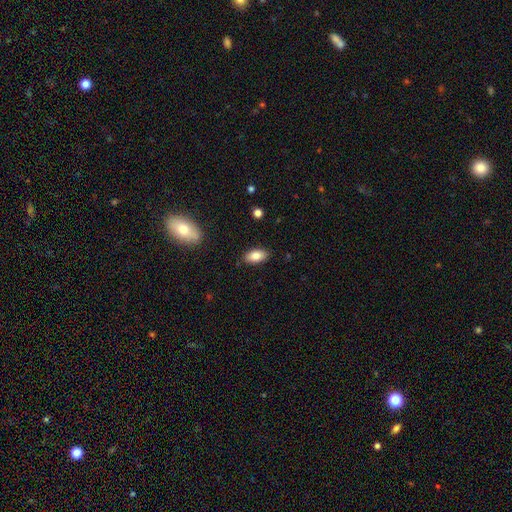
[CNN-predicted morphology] A smooth galaxy with no disk features (85%) that is in between round and cigar-shaped (91%).

Vote fractions:
- Smooth or featured? smooth: 85% / featured or disk: 8% / star or artifact: 7%
- How rounded? in between: 91% / cigar-shaped: 5% / round: 4%
- Merging? none: 86% / minor disturbance: 10% / major disturbance: 2% / merger: 1%